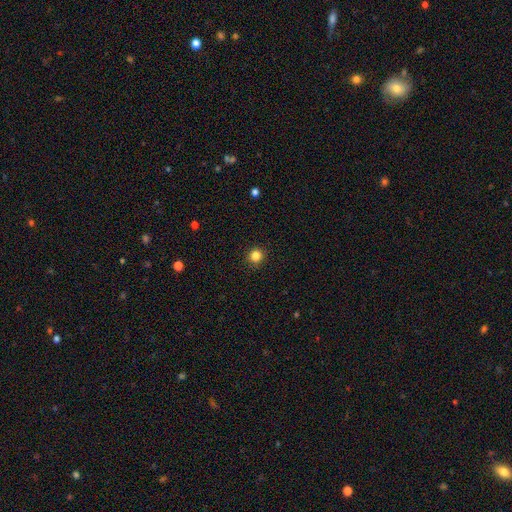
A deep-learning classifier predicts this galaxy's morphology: A smooth galaxy with no disk features (84%) that is round (93%). Merging: none (92%).